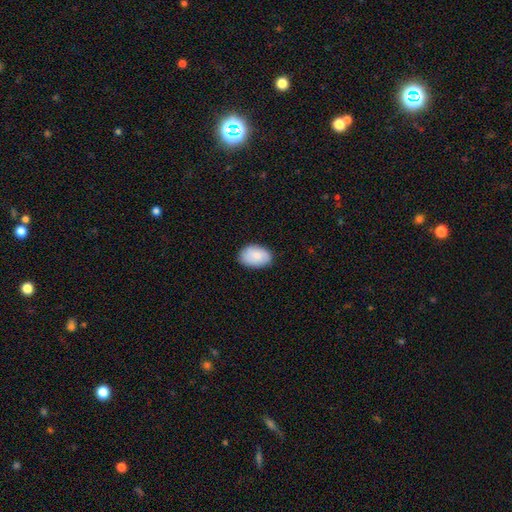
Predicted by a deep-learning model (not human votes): A smooth galaxy with no disk features (83%) that is in between round and cigar-shaped (88%). Merging: none (82%).